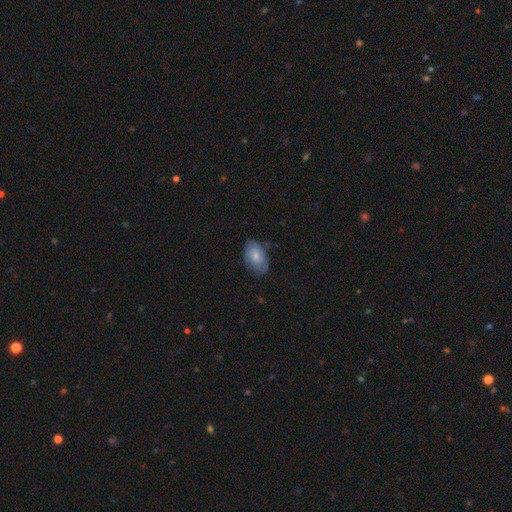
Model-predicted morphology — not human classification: Smooth or featured?
  - smooth: 67% *
  - featured or disk: 27%
  - star or artifact: 6%
How rounded?
  - in between: 92% *
  - round: 7%
  - cigar-shaped: 2%
Merging?
  - none: 68% *
  - minor disturbance: 25%
  - major disturbance: 5%
  - merger: 1%